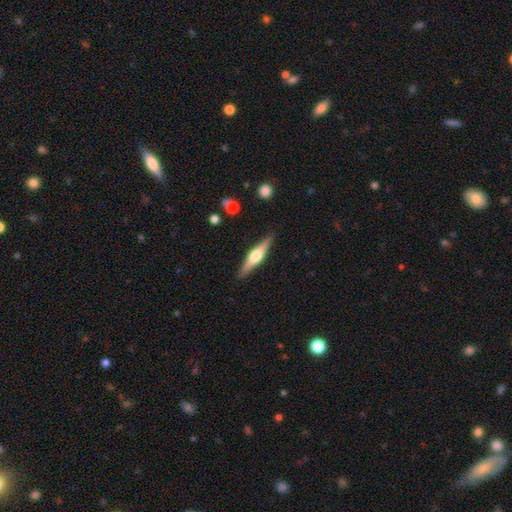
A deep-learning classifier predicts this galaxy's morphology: A featured or disk galaxy (67%) viewed edge-on (97%) with a rounded central bulge (91%). Merging: none (89%).